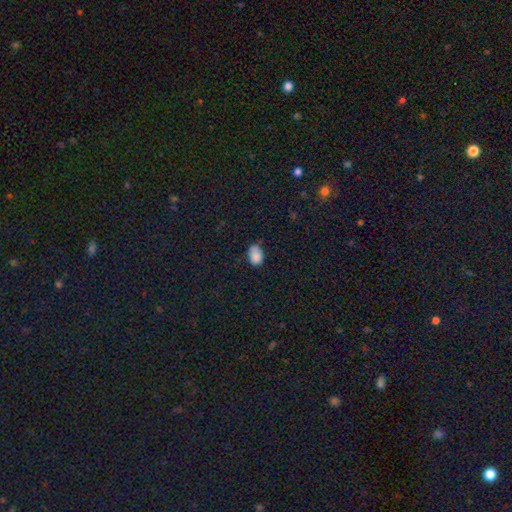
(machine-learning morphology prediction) Q: Smooth or featured?
A: smooth (85%); runner-up: star or artifact (10%)
Q: How rounded?
A: in between (78%); runner-up: round (21%)
Q: Merging?
A: none (62%); runner-up: minor disturbance (30%)